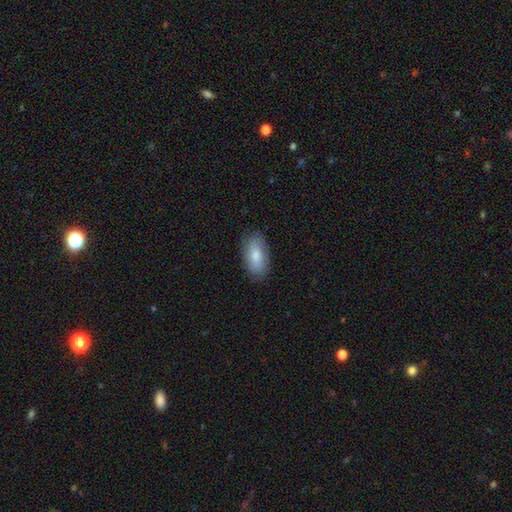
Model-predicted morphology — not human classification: Smooth or featured? Predicted: smooth (p=0.82). How rounded? Predicted: in between (p=0.92). Merging? Predicted: none (p=0.86).